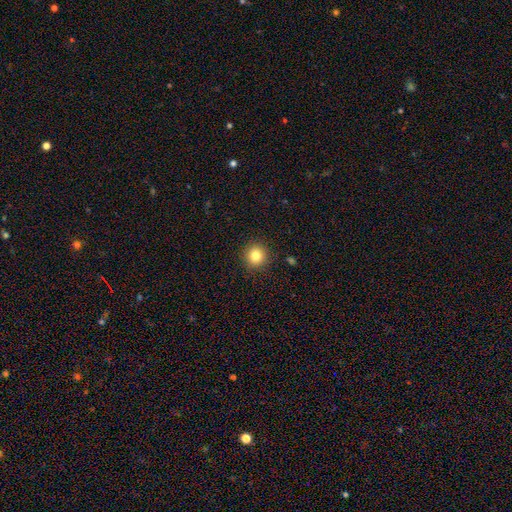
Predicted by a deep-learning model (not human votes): A smooth galaxy with no disk features (82%) that is round (93%).

Vote fractions:
- Smooth or featured? smooth: 82% / star or artifact: 11% / featured or disk: 6%
- How rounded? round: 93% / in between: 6% / cigar-shaped: 1%
- Merging? none: 91% / minor disturbance: 6% / major disturbance: 2% / merger: 1%